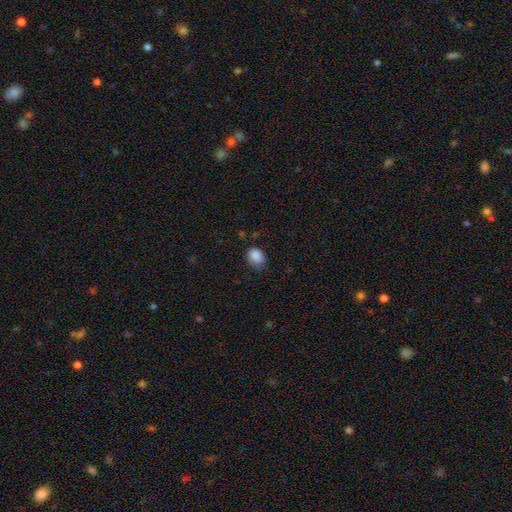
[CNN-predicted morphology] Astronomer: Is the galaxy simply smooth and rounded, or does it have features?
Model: smooth — 87%.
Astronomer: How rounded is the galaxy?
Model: round — 50%, tied with in between at 50%.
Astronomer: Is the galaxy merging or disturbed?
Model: none — 62%.